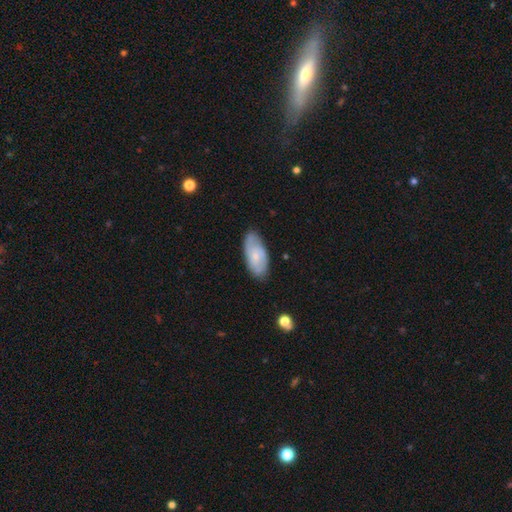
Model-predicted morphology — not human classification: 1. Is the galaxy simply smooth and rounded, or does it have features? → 47% smooth, 46% featured or disk, 6% star or artifact.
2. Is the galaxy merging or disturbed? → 76% none, 19% minor disturbance, 4% major disturbance, 1% merger.